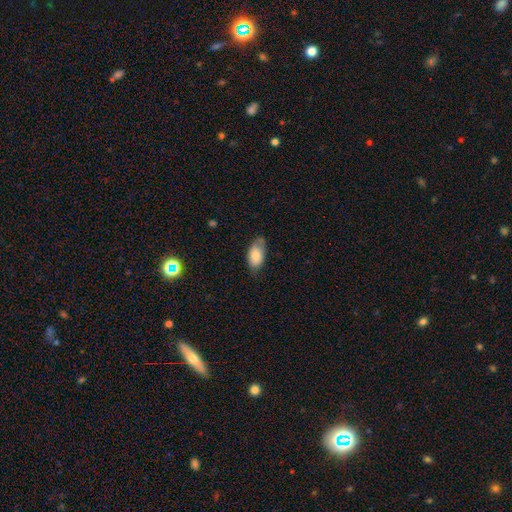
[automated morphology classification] smooth 80%, featured or disk 13%, star or artifact 7%. Down the decision tree: how rounded — in between (93%); merging — none (58%).